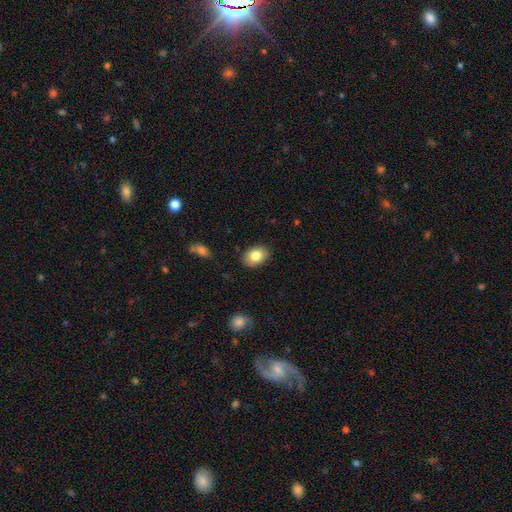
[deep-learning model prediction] Morphology: type=smooth (82%); roundness=in between (79%); merging=none (87%).